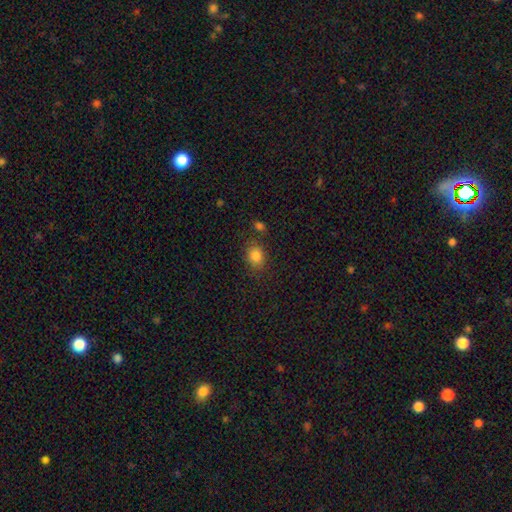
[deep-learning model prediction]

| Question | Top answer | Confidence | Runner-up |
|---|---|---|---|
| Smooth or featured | smooth | 84% | star or artifact (11%) |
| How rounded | in between | 53% | round (46%) |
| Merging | none | 75% | minor disturbance (14%) |